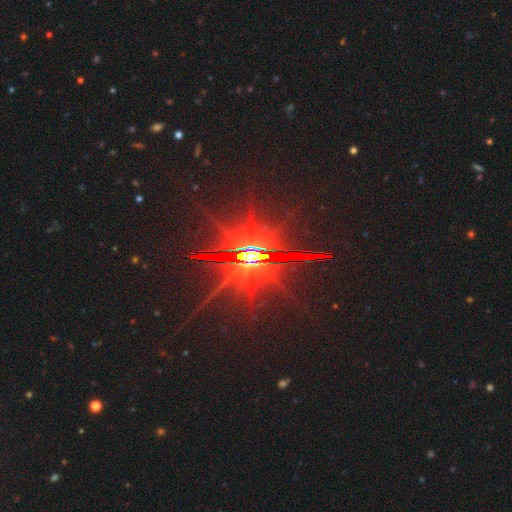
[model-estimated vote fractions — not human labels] A star or artifact, not a galaxy (78%).

Vote fractions:
- Smooth or featured? star or artifact: 78% / featured or disk: 15% / smooth: 8%